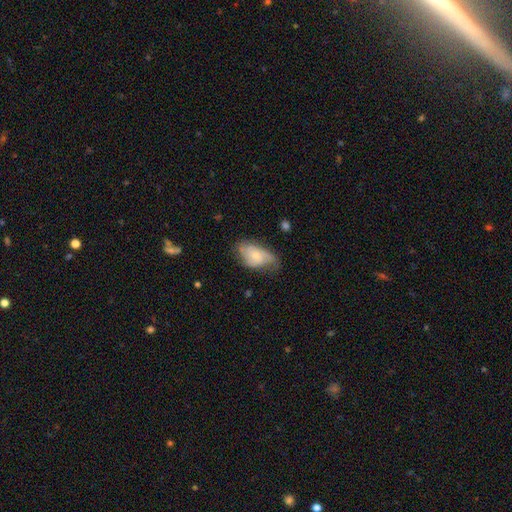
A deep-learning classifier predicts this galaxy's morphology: type=smooth (52%); roundness=in between (91%); merging=none (42%).